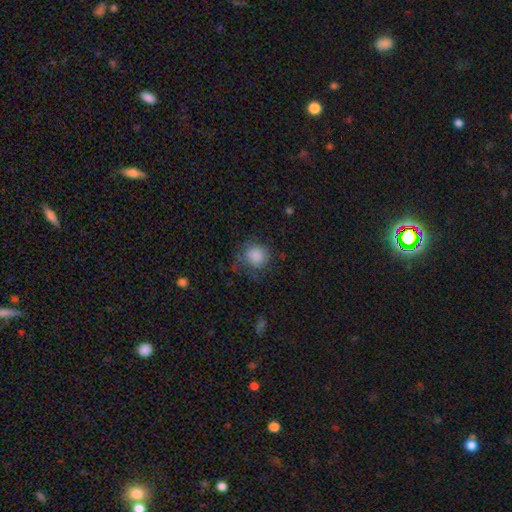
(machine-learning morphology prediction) smooth 84%, featured or disk 8%, star or artifact 8%. Down the decision tree: how rounded — round (87%); merging — none (65%).